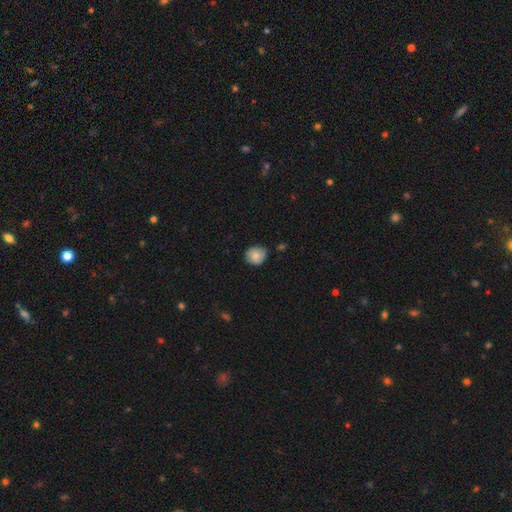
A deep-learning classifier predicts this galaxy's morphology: Smooth or featured? smooth (75%)
How rounded? round (77%)
Merging? none (73%)